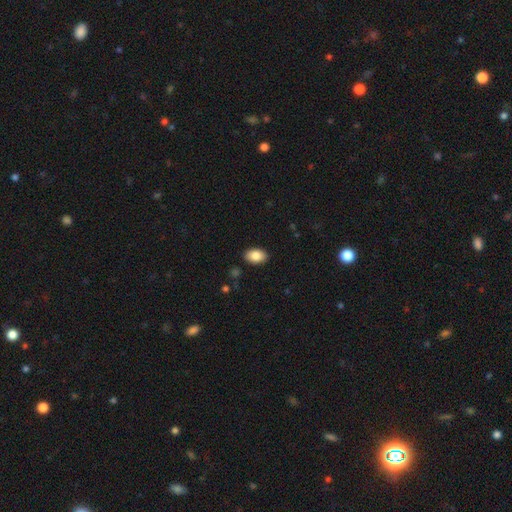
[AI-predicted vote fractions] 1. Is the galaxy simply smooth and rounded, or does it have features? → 85% smooth, 8% featured or disk, 7% star or artifact.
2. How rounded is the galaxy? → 92% in between, 7% round, 1% cigar-shaped.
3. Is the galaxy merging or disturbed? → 89% none, 8% minor disturbance, 2% major disturbance, 1% merger.